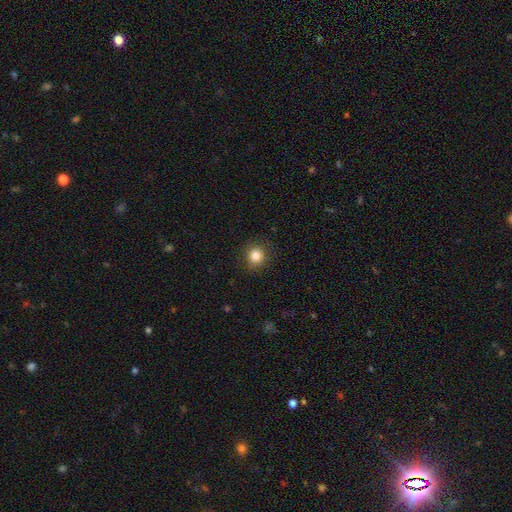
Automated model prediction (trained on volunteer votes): The model was most divided on "smooth or featured": smooth: 84%, star or artifact: 11%, featured or disk: 5%. More confident: how rounded — round (91%); merging — none (88%).